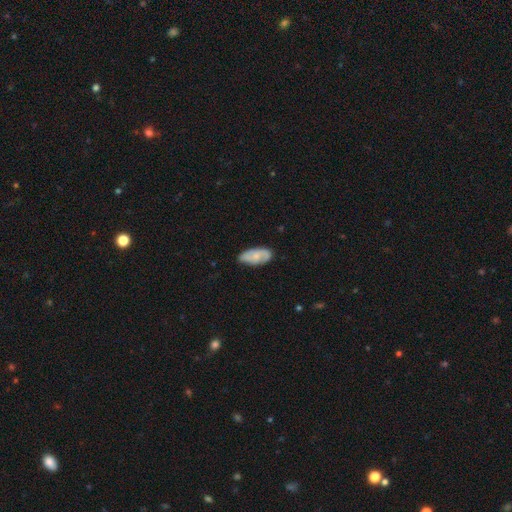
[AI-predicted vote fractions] This is likely a smooth galaxy (60%). How rounded: clearly in between (88%). Merging: likely none (74%).